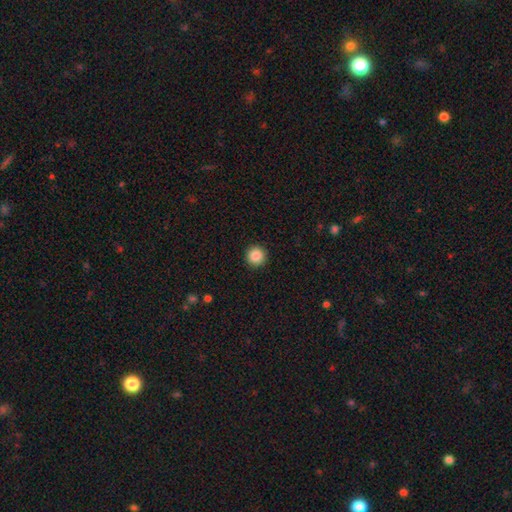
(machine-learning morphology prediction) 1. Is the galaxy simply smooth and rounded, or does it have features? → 88% smooth, 9% star or artifact, 3% featured or disk.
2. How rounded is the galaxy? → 96% round, 3% in between, 1% cigar-shaped.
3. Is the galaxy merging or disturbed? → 93% none, 4% minor disturbance, 2% major disturbance, 1% merger.